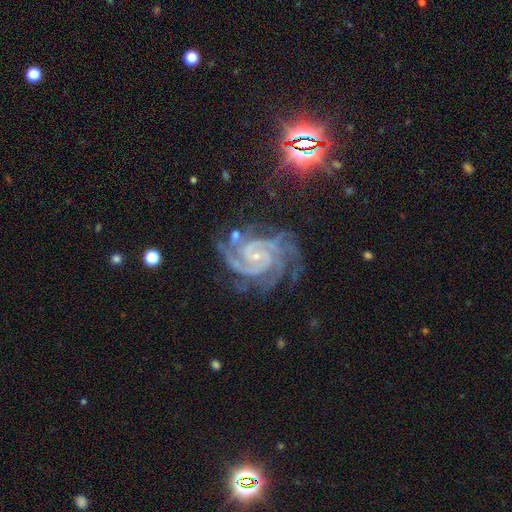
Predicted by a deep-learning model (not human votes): Smooth or featured: featured or disk — 92% (star or artifact — 6%)
Edge-on disk: no — 98% (yes — 2%)
Bar: no — 57% (weak — 29%)
Spiral arms: yes — 99% (no — 1%)
Spiral winding: tight — 68% (medium — 30%)
Spiral arm count: 2 — 33% (3 — 32%)
Bulge size: small — 83% (moderate — 12%)
Merging: none — 66% (minor disturbance — 21%)